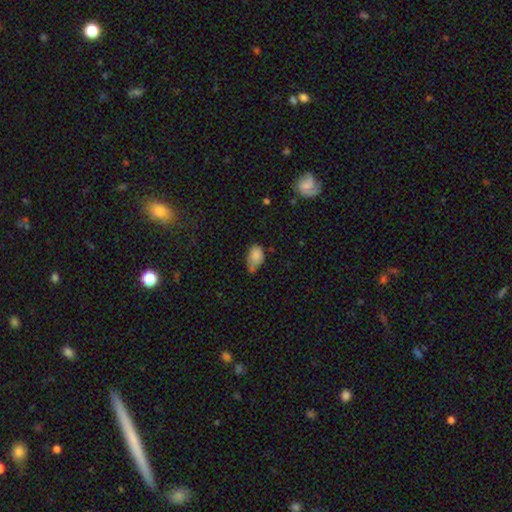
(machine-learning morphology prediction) Overall: smooth (82%). How rounded: in between (83%). Merging: minor disturbance (42%; none 35%).